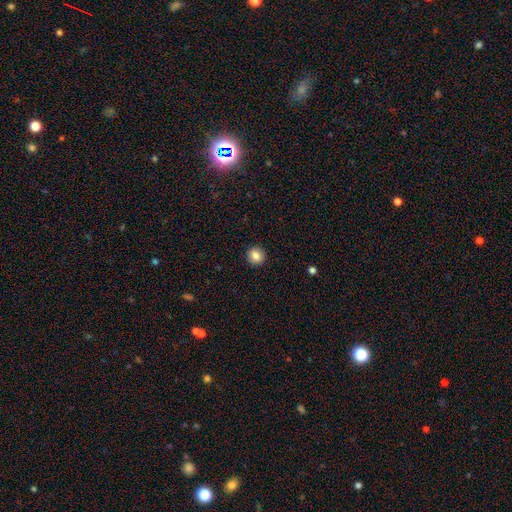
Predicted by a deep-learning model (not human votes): Smooth or featured? smooth (84%)
How rounded? round (91%)
Merging? none (93%)